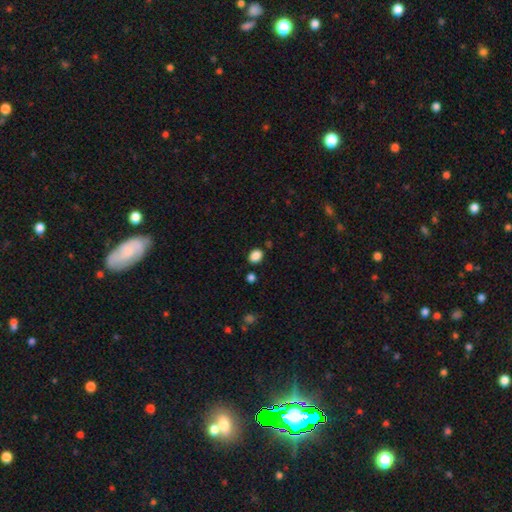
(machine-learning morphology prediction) type=smooth (87%); roundness=in between (61%); merging=none (84%).